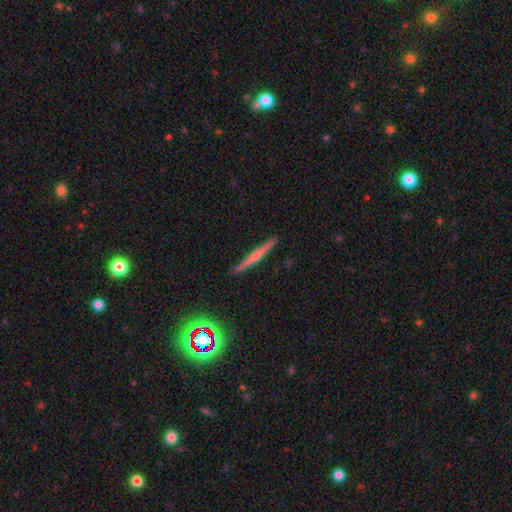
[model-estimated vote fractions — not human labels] Smooth or featured?
  - featured or disk: 53% *
  - smooth: 37%
  - star or artifact: 10%
Edge-on disk?
  - yes: 97% *
  - no: 3%
Edge-on bulge?
  - rounded: 53% *
  - none: 39%
  - boxy: 8%
Merging?
  - none: 91% *
  - minor disturbance: 6%
  - major disturbance: 1%
  - merger: 1%